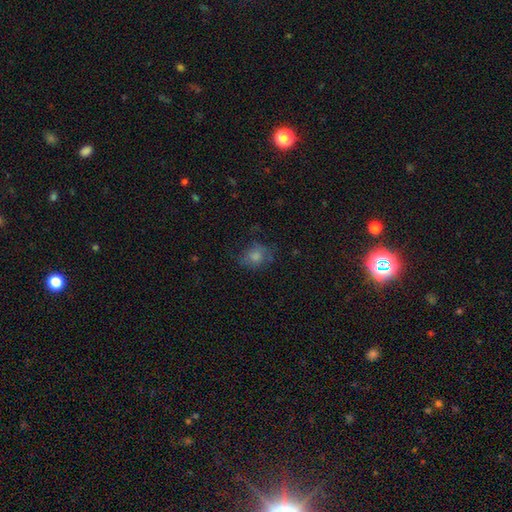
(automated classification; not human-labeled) The model was most divided on "how rounded": round: 55%, in between: 43%, cigar-shaped: 1%. More confident: smooth or featured — smooth (74%); merging — none (61%).